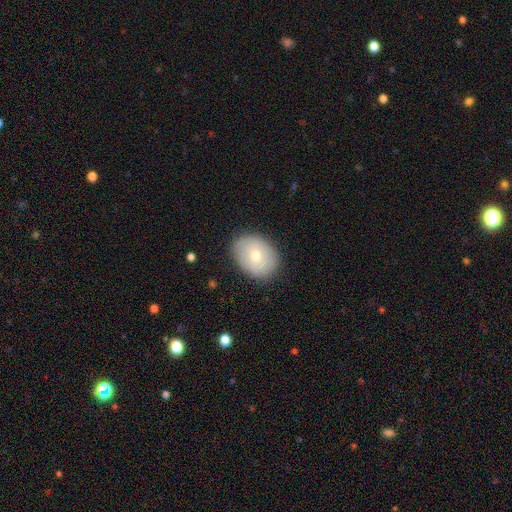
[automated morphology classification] This appears to be a smooth galaxy with no disk features (68%) that is in between round and cigar-shaped (63%). Merging: none (85%).